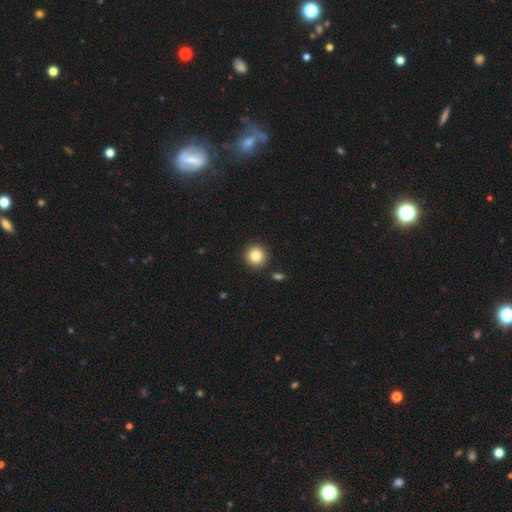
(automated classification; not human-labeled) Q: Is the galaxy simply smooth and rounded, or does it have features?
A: smooth — 83%.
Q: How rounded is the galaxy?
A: round — 95%.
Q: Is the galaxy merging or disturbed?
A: none — 91%.